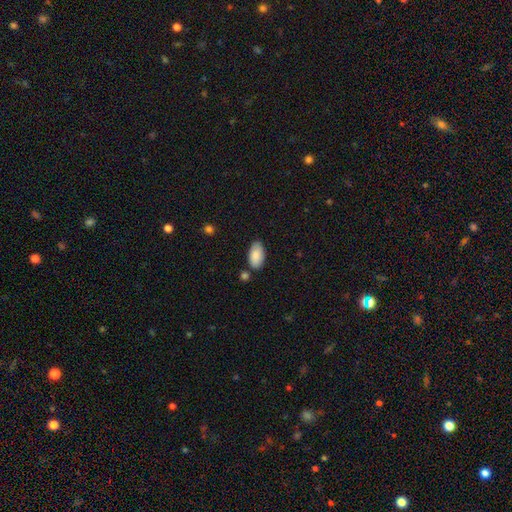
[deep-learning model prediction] This appears to be a smooth galaxy with no disk features (88%) that is in between round and cigar-shaped (95%). Merging: none (75%).